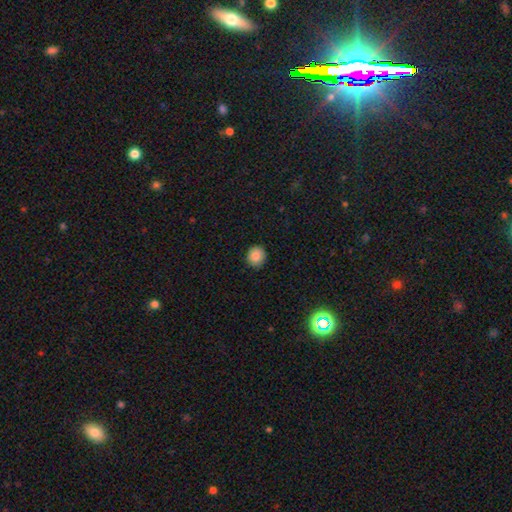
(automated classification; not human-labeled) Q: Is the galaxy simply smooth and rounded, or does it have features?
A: smooth — 87%.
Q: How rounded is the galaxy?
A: round — 89%.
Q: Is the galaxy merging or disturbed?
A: none — 89%.